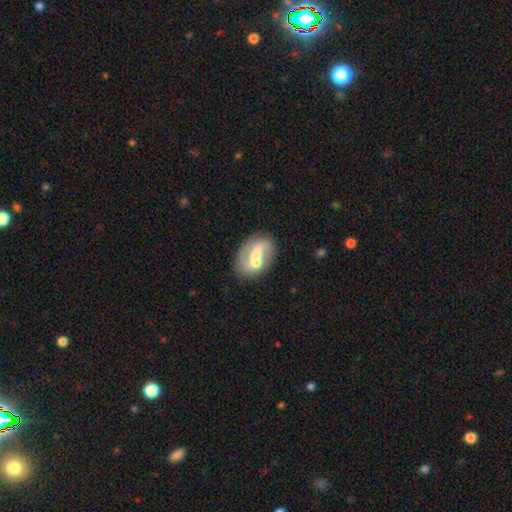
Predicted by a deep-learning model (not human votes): Morphology: type=featured or disk (62%); edge-on=no (96%); bar=no (43%); spiral arms=yes (66%); bulge=moderate (56%); merging=none (51%).